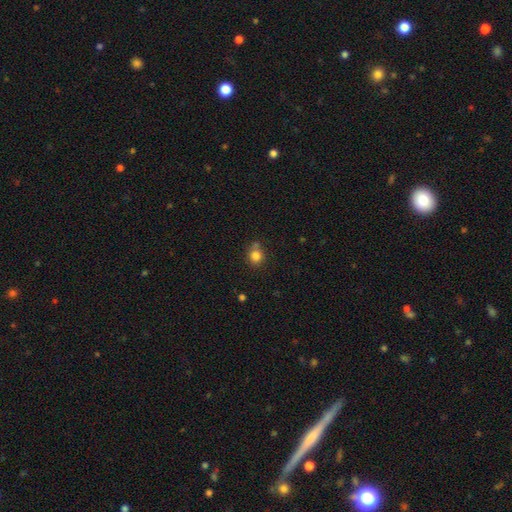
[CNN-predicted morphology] Smooth or featured? Predicted: smooth (p=0.82). How rounded? Predicted: round (p=0.81). Merging? Predicted: none (p=0.62).